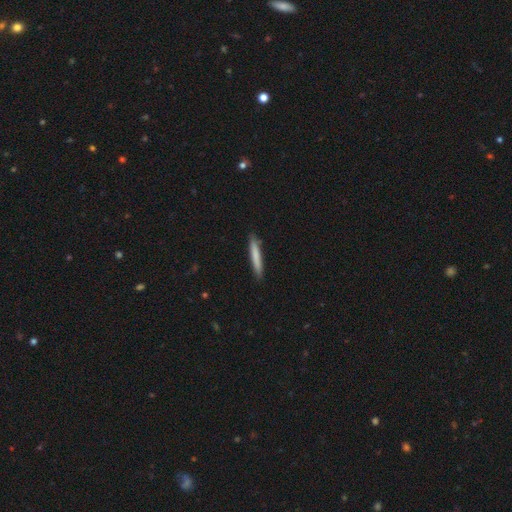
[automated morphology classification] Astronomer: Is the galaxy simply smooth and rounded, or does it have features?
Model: smooth — 77%.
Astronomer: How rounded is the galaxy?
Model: cigar-shaped — 95%.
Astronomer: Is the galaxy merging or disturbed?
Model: none — 87%.